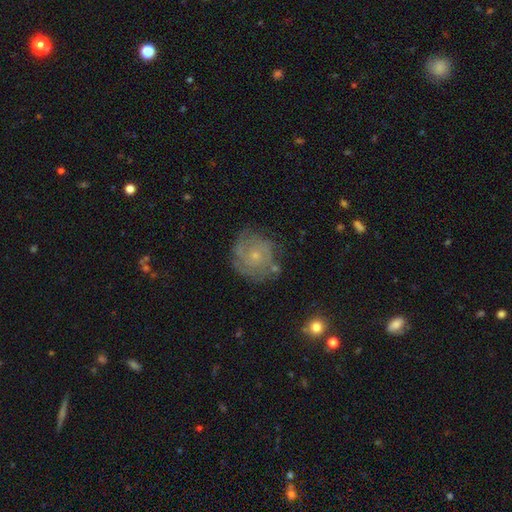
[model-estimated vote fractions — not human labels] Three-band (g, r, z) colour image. It shows a featured or disk galaxy (70%) with no bar (82%), tight (66%) spiral arms (86%) and a small central bulge (80%). Merging: none (69%).